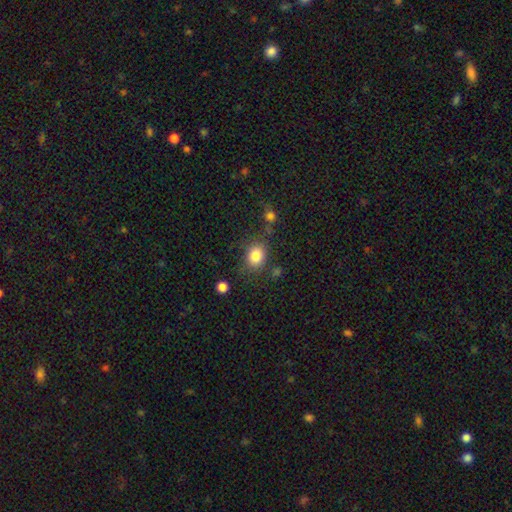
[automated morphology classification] Smooth or featured: smooth — 83% (star or artifact — 10%)
How rounded: in between — 51% (round — 48%)
Merging: none — 73% (minor disturbance — 16%)